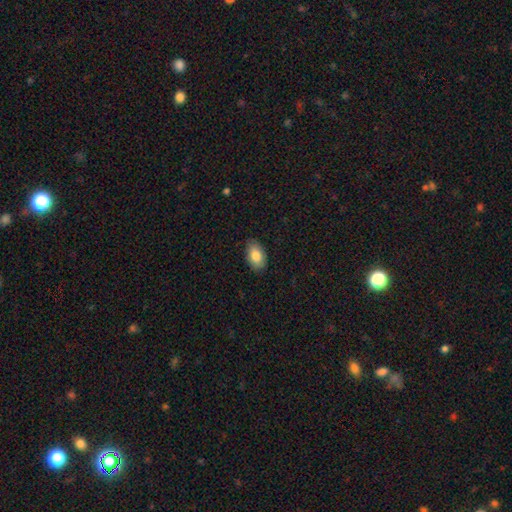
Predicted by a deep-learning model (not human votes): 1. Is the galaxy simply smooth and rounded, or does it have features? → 83% smooth, 11% featured or disk, 7% star or artifact.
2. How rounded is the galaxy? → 92% in between, 7% round, 1% cigar-shaped.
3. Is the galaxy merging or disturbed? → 83% none, 14% minor disturbance, 2% major disturbance, 1% merger.